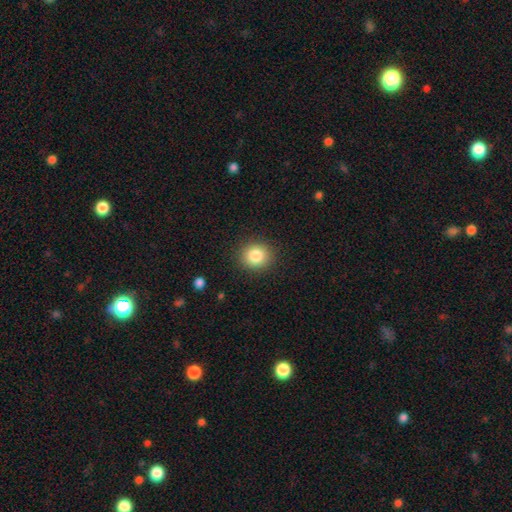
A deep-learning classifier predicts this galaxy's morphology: This appears to be a smooth galaxy with no disk features (84%) that is round (85%). Merging: none (90%).